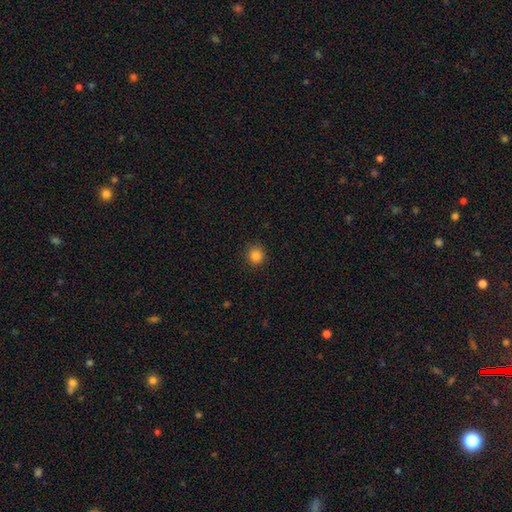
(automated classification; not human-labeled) Smooth or featured?
  - smooth: 85% *
  - star or artifact: 11%
  - featured or disk: 4%
How rounded?
  - round: 92% *
  - in between: 7%
  - cigar-shaped: 1%
Merging?
  - none: 91% *
  - minor disturbance: 6%
  - major disturbance: 2%
  - merger: 1%